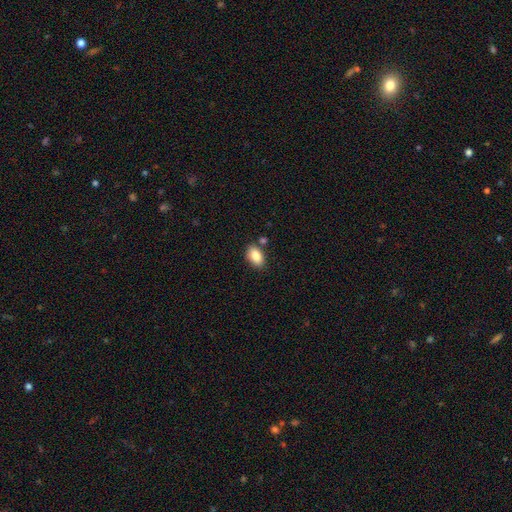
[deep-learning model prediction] Smooth or featured: smooth — 87% (star or artifact — 7%)
How rounded: in between — 91% (round — 7%)
Merging: none — 78% (minor disturbance — 12%)